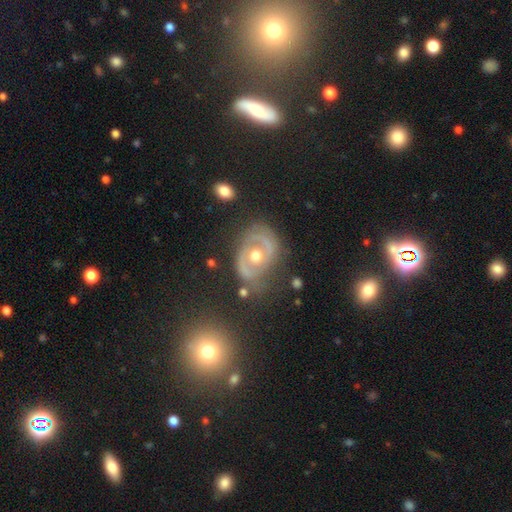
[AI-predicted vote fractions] The model was most divided on "spiral winding": medium: 43%, tight: 42%, loose: 15%. More confident: edge-on disk — no (97%); smooth or featured — featured or disk (80%); bulge size — moderate (77%); spiral arms — yes (75%); spiral arm count — 2 (72%); bar — no (70%); merging — none (68%).